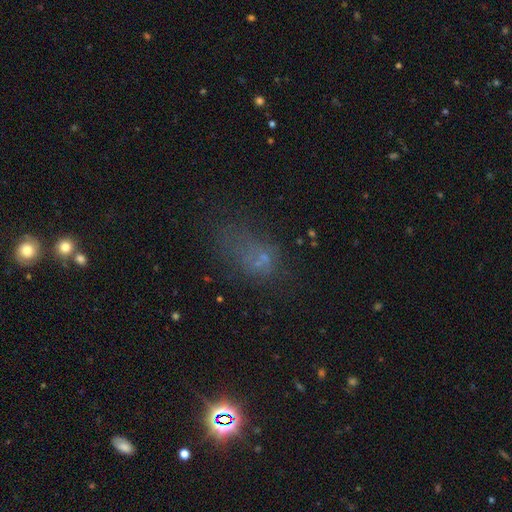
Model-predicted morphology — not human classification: A smooth galaxy with no disk features (44%).

Vote fractions:
- Smooth or featured? smooth: 44% / star or artifact: 34% / featured or disk: 22%
- Merging? none: 40% / major disturbance: 31% / minor disturbance: 21% / merger: 8%